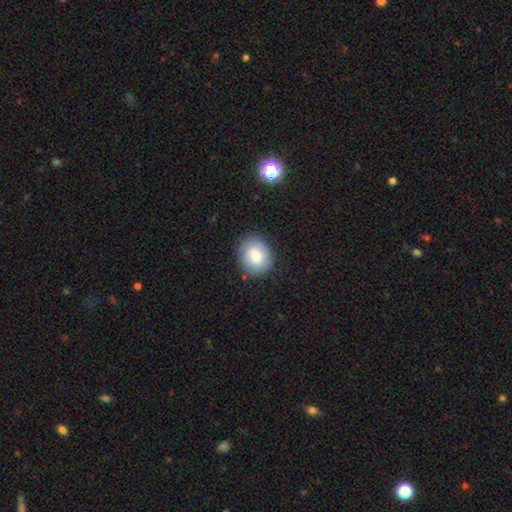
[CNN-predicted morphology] smooth_or_featured: smooth (p=0.84) [alt: featured or disk p=0.09]
how_rounded: round (p=0.72) [alt: in between p=0.27]
merging: none (p=0.85) [alt: minor disturbance p=0.11]